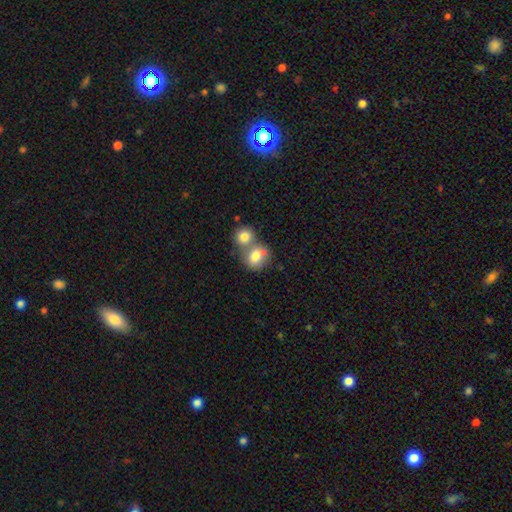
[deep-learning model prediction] Smooth or featured: smooth — 78% (featured or disk — 13%)
How rounded: round — 66% (in between — 33%)
Merging: merger — 57% (none — 32%)